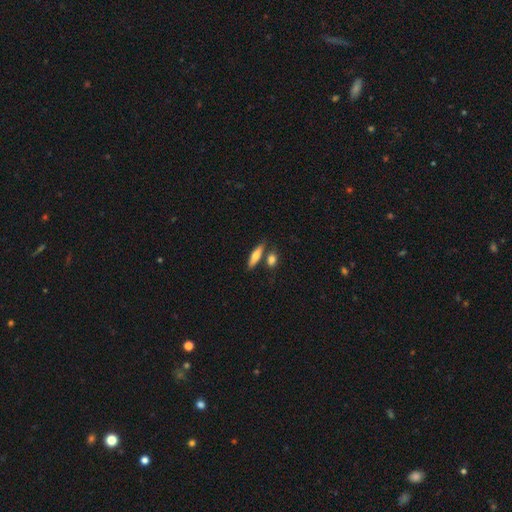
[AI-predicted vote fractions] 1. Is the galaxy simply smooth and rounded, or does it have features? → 66% smooth, 28% featured or disk, 6% star or artifact.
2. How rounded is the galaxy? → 62% cigar-shaped, 34% in between, 3% round.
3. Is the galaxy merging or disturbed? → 68% none, 18% merger, 11% minor disturbance, 3% major disturbance.